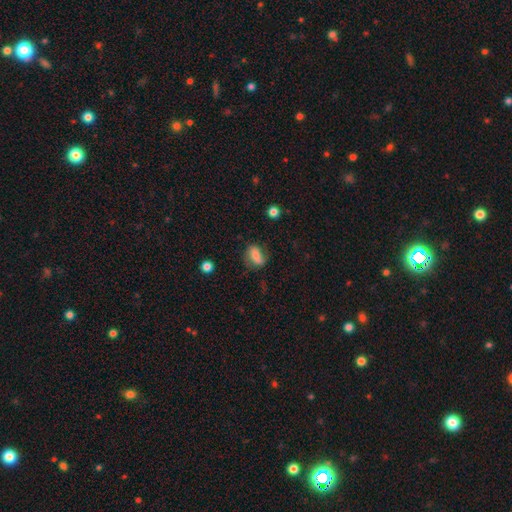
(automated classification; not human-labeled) This appears to be a smooth galaxy with no disk features (66%) that is in between round and cigar-shaped (77%). Merging: none (60%).